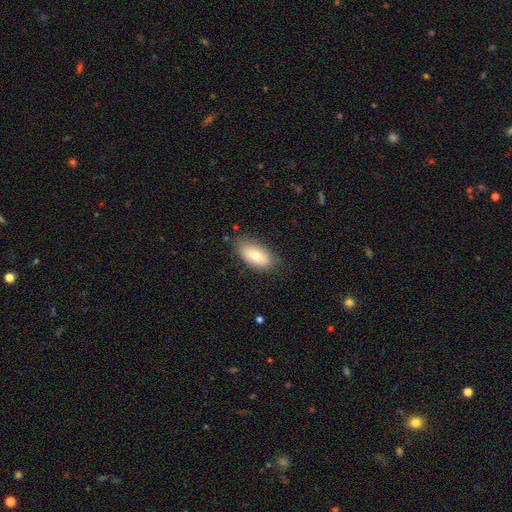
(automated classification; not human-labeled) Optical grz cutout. It shows a smooth galaxy with no disk features (77%) that is in between round and cigar-shaped (92%). Merging: none (78%).